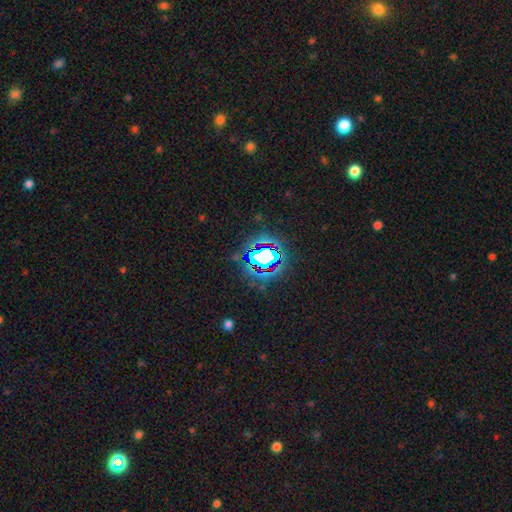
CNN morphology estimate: Smooth or featured? star or artifact (74%)